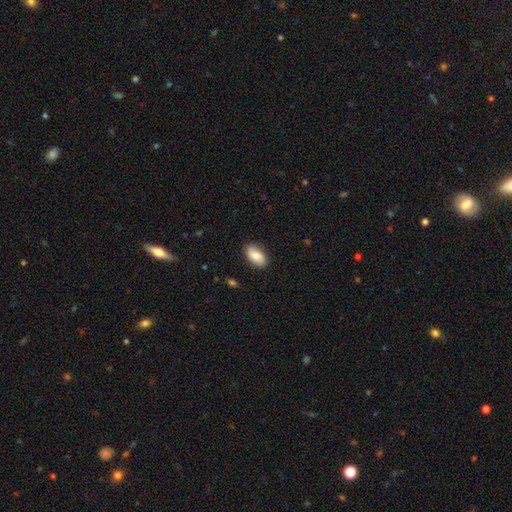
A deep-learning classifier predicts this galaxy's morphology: The model was most divided on "smooth or featured": smooth: 82%, featured or disk: 12%, star or artifact: 6%. More confident: how rounded — in between (94%); merging — none (85%).